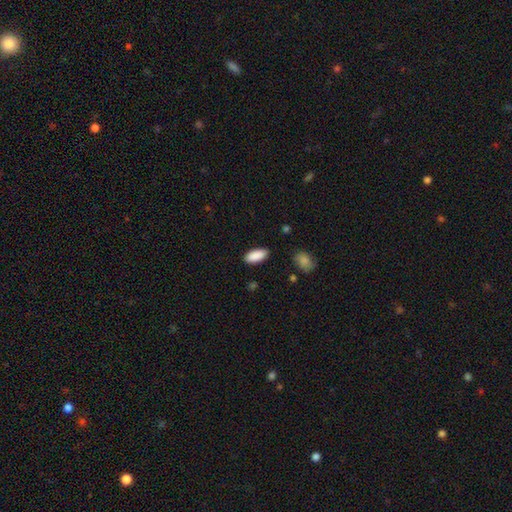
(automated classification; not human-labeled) Q: Smooth or featured?
A: smooth (90%); runner-up: star or artifact (6%)
Q: How rounded?
A: in between (87%); runner-up: cigar-shaped (11%)
Q: Merging?
A: none (86%); runner-up: minor disturbance (11%)